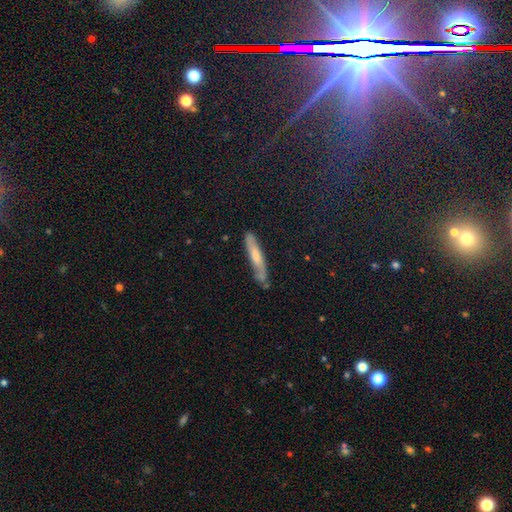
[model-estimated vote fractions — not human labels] A smooth galaxy with no disk features (53%) that is cigar-shaped (90%). Merging: none (71%).